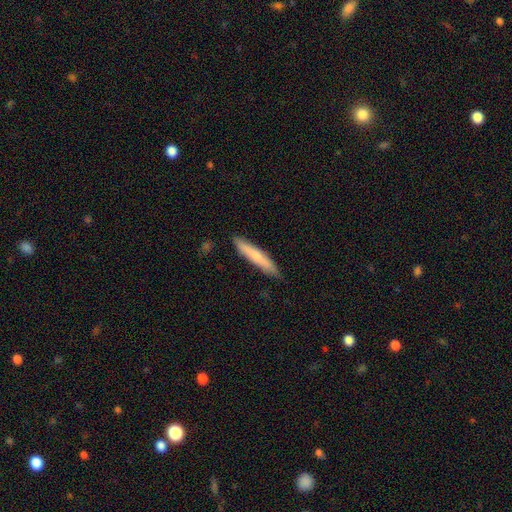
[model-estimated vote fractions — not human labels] The model was most divided on "smooth or featured": smooth: 68%, featured or disk: 27%, star or artifact: 6%. More confident: how rounded — cigar-shaped (92%); merging — none (87%).